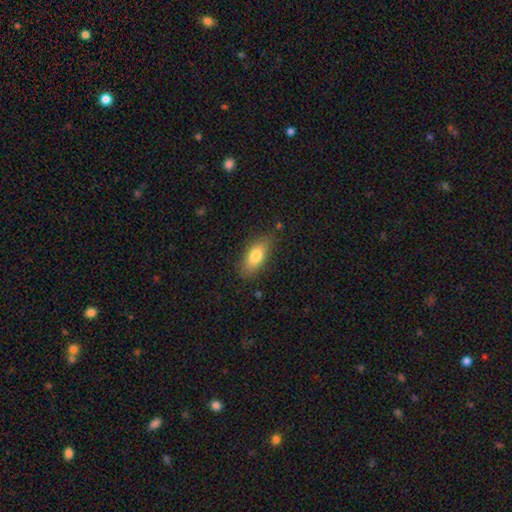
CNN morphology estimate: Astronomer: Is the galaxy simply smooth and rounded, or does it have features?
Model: smooth — 77%.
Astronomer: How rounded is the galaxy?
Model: in between — 80%.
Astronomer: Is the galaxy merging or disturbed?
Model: none — 79%.